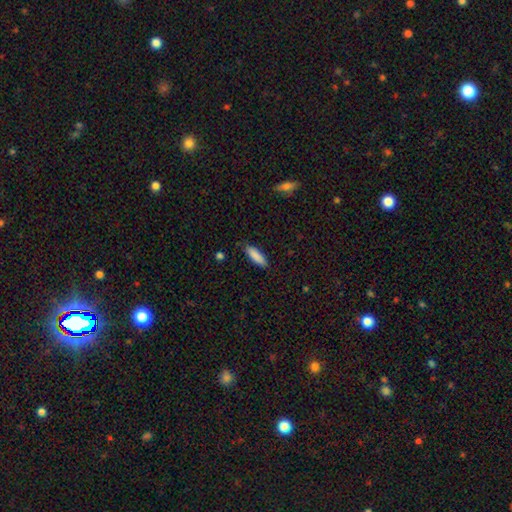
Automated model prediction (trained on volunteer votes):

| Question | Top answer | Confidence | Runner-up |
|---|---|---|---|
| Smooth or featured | smooth | 87% | featured or disk (7%) |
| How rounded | cigar-shaped | 56% | in between (43%) |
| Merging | none | 85% | minor disturbance (12%) |